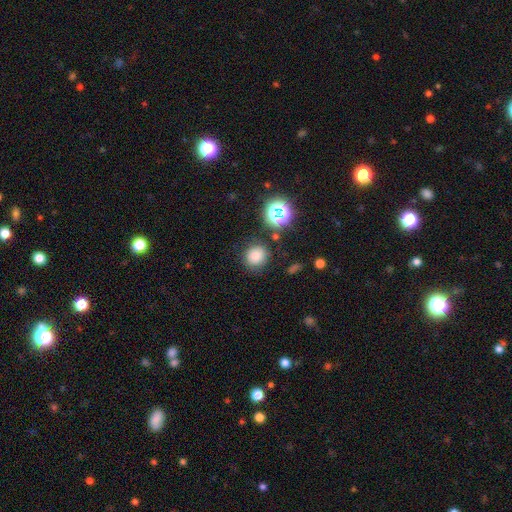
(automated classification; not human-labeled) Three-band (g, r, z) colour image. It shows a smooth galaxy with no disk features (77%) that is round (85%). Merging: none (82%).